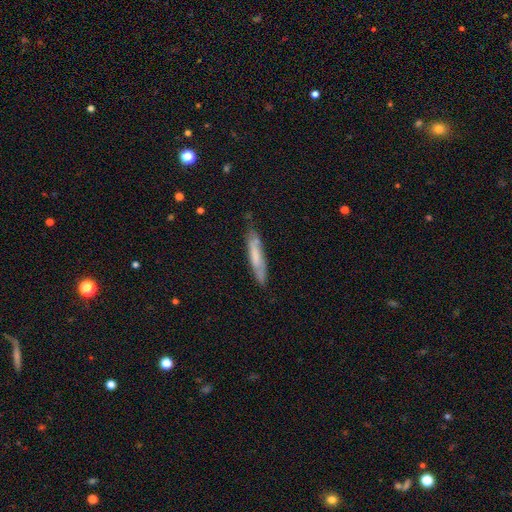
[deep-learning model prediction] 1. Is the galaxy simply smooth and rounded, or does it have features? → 54% smooth, 40% featured or disk, 6% star or artifact.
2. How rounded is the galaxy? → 87% cigar-shaped, 12% in between, 1% round.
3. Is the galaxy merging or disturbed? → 74% none, 20% minor disturbance, 4% major disturbance, 2% merger.